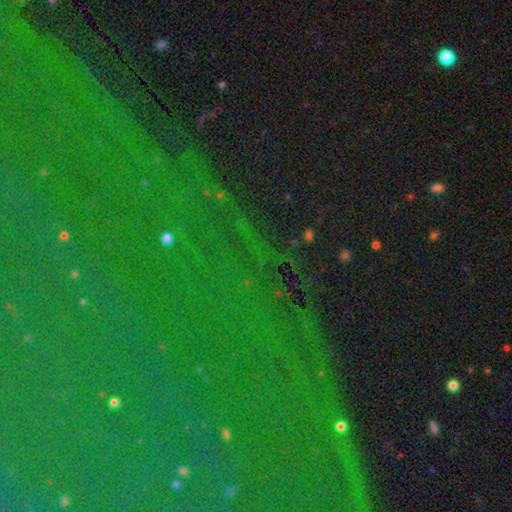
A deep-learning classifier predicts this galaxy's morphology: This appears to be a star or artifact, not a galaxy (84%).